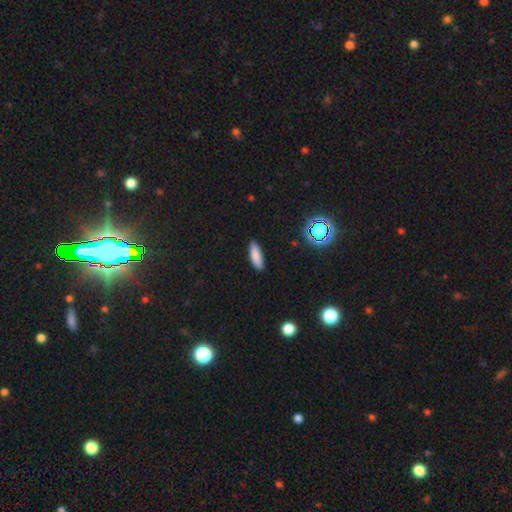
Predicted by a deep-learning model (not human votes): Morphology: type=smooth (84%); roundness=cigar-shaped (49%, tied with in between); merging=none (89%).